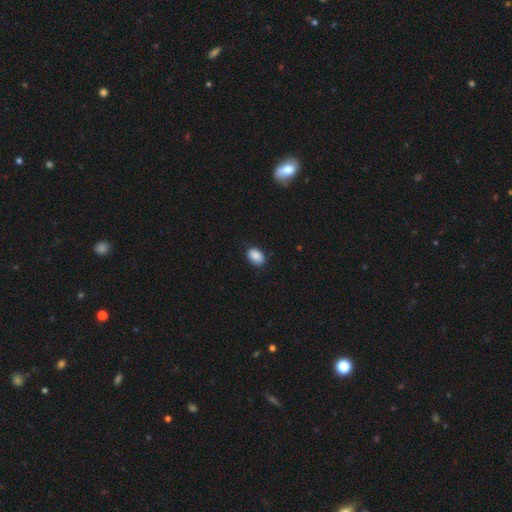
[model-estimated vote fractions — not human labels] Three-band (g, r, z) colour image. It shows a smooth galaxy with no disk features (88%) that is in between round and cigar-shaped (86%). Merging: none (83%).